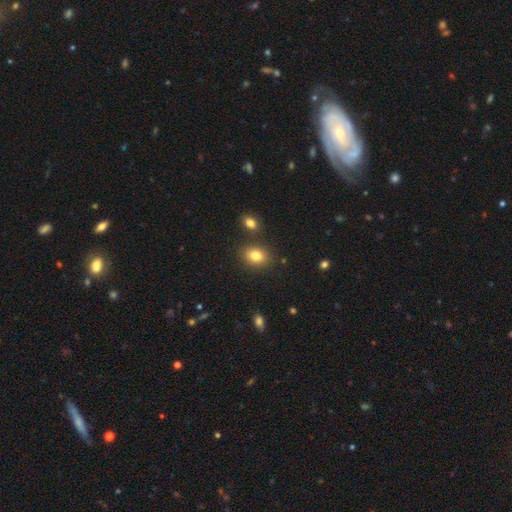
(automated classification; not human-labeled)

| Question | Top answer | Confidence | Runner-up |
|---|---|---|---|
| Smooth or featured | smooth | 82% | star or artifact (10%) |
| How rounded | in between | 64% | round (35%) |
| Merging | none | 81% | minor disturbance (9%) |